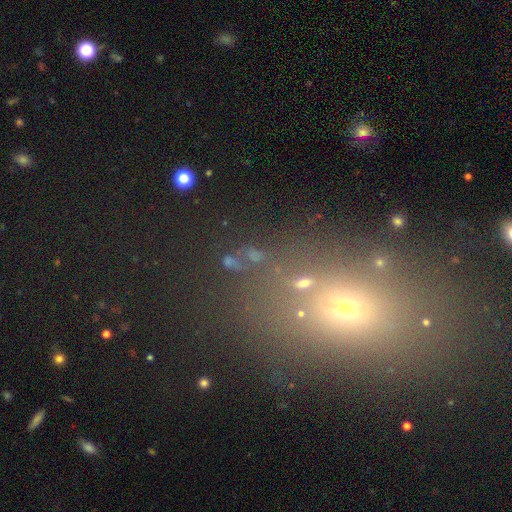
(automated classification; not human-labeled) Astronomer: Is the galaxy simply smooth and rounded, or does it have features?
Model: smooth — 47% (runner-up: star or artifact, 39%).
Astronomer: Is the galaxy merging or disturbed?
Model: none — 69%.